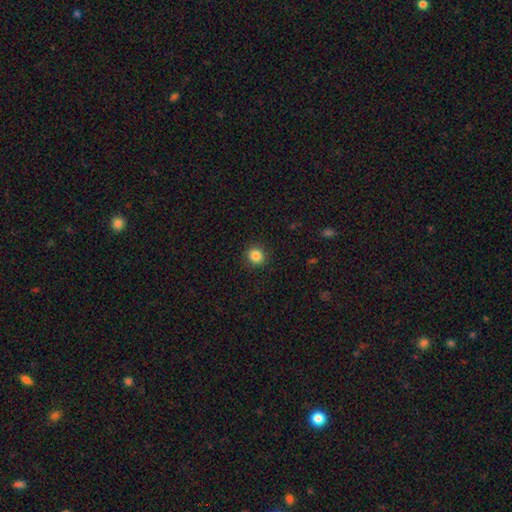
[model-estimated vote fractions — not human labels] Q: Smooth or featured?
A: smooth (85%); runner-up: star or artifact (11%)
Q: How rounded?
A: round (89%); runner-up: in between (10%)
Q: Merging?
A: none (92%); runner-up: minor disturbance (6%)